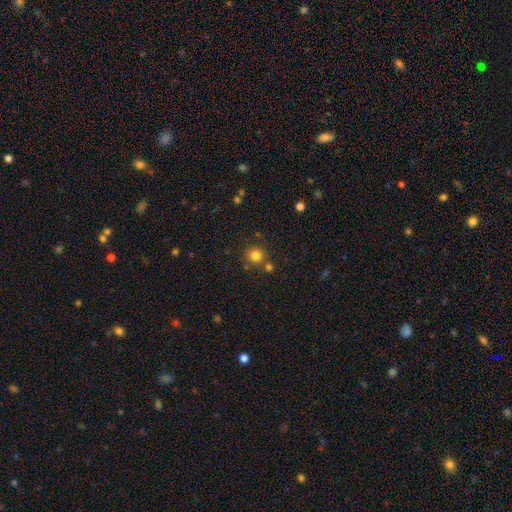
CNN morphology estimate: smooth 81%, star or artifact 13%, featured or disk 6%. Down the decision tree: how rounded — round (91%); merging — none (77%).